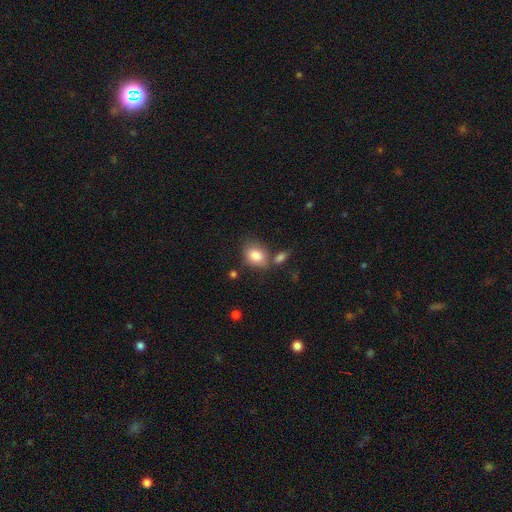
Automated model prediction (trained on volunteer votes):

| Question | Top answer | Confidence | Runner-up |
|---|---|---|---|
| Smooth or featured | smooth | 84% | featured or disk (8%) |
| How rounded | in between | 68% | round (31%) |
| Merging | none | 58% | merger (19%) |